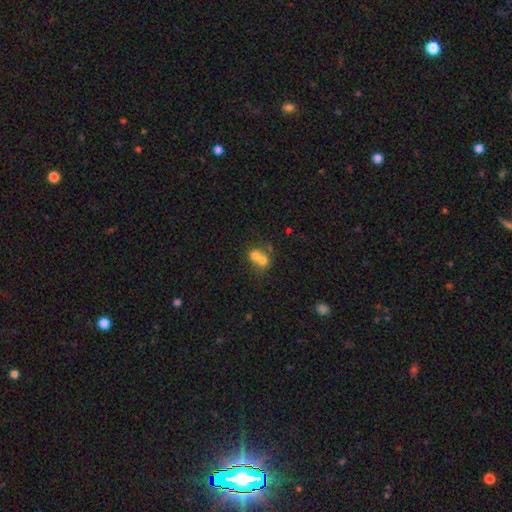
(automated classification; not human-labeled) Smooth or featured: smooth — 67% (featured or disk — 21%)
How rounded: round — 75% (in between — 24%)
Merging: merger — 68% (none — 25%)